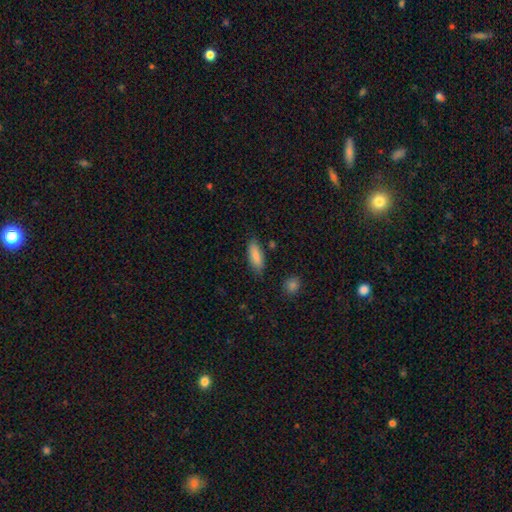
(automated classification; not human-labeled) The model was most divided on "how rounded": in between: 61%, cigar-shaped: 37%, round: 2%. More confident: smooth or featured — smooth (86%); merging — none (81%).